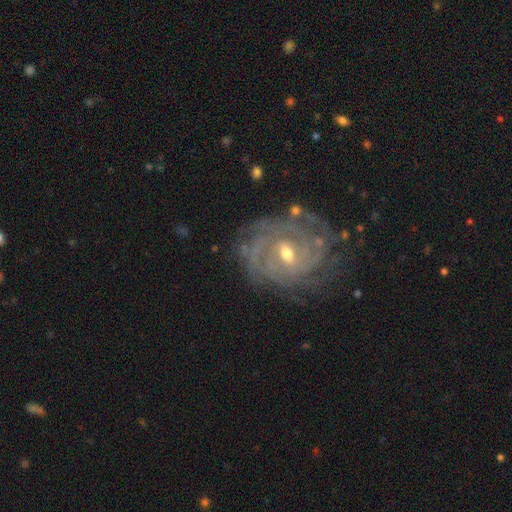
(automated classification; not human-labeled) smooth_or_featured: featured or disk (p=0.86) [alt: star or artifact p=0.07]
disk_edge_on: no (p=0.97) [alt: yes p=0.03]
bar: weak (p=0.46) [alt: no p=0.38]
has_spiral_arms: yes (p=0.95) [alt: no p=0.05]
spiral_winding: tight (p=0.76) [alt: medium p=0.20]
spiral_arm_count: can't tell (p=0.37) [alt: 3 p=0.17]
bulge_size: moderate (p=0.55) [alt: small p=0.42]
merging: none (p=0.74) [alt: minor disturbance p=0.17]